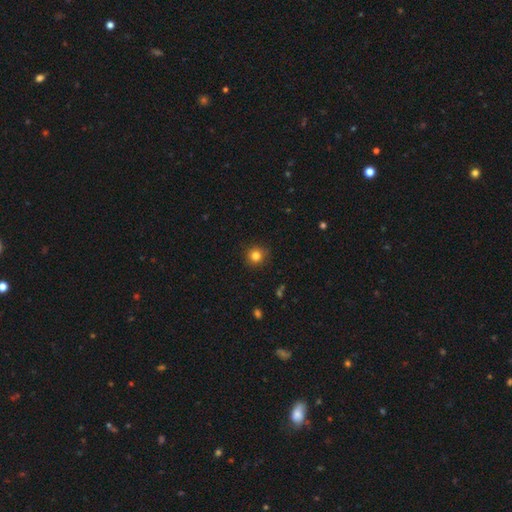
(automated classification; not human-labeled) The model was most divided on "smooth or featured": smooth: 81%, star or artifact: 13%, featured or disk: 6%. More confident: how rounded — round (93%); merging — none (88%).